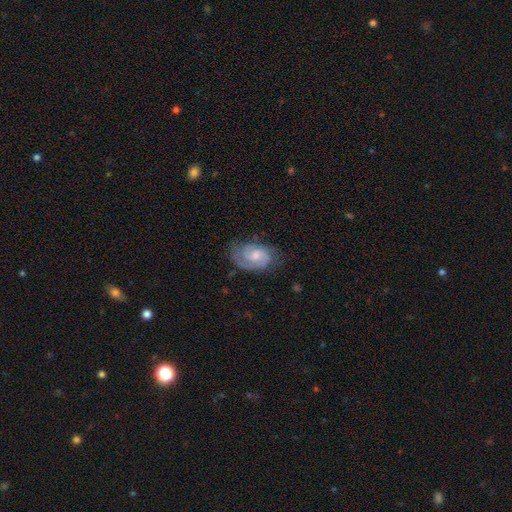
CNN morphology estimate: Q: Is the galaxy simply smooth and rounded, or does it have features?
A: featured or disk — 78%.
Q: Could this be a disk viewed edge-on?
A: no — 97%.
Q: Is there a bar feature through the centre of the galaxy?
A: no — 55%.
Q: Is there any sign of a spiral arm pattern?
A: yes — 95%.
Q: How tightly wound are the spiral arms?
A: tight — 48%.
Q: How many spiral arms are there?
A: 2 — 67%.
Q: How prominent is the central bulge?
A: moderate — 44%, tied with small.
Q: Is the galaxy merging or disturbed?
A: none — 67%.